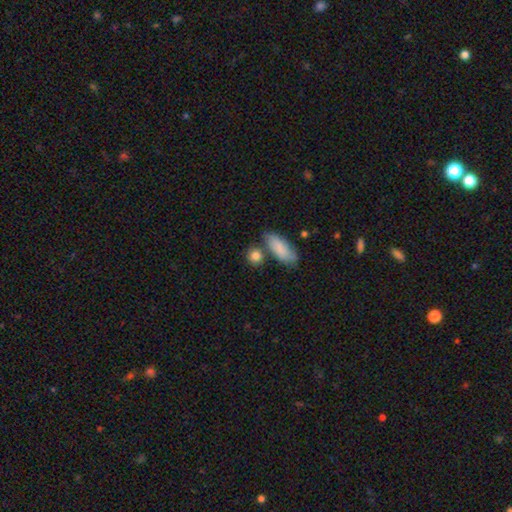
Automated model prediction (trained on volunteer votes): This is clearly a smooth galaxy (85%). How rounded: likely round (62%). Merging: likely none (67%).